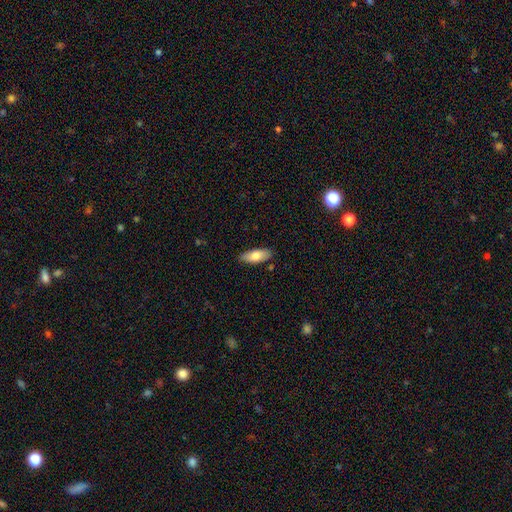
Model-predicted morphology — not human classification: smooth 77%, featured or disk 17%, star or artifact 6%. Down the decision tree: how rounded — in between (78%); merging — none (86%).